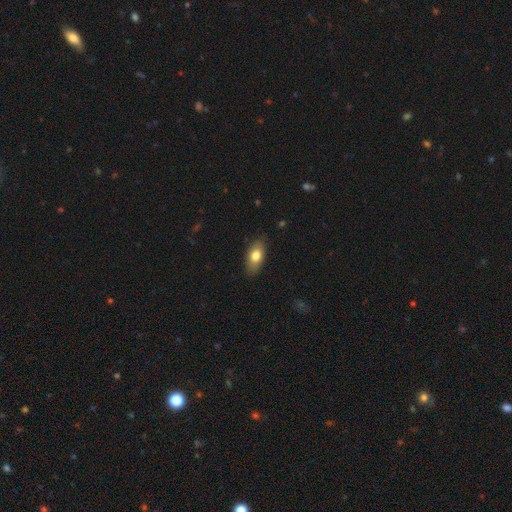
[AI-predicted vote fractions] Overall: smooth (76%). How rounded: in between (89%). Merging: none (84%).